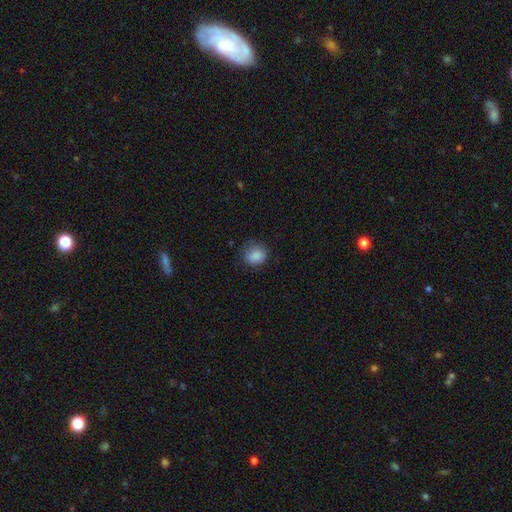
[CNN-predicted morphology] smooth_or_featured: smooth (p=0.87) [alt: star or artifact p=0.09]
how_rounded: round (p=0.70) [alt: in between p=0.29]
merging: none (p=0.76) [alt: minor disturbance p=0.18]